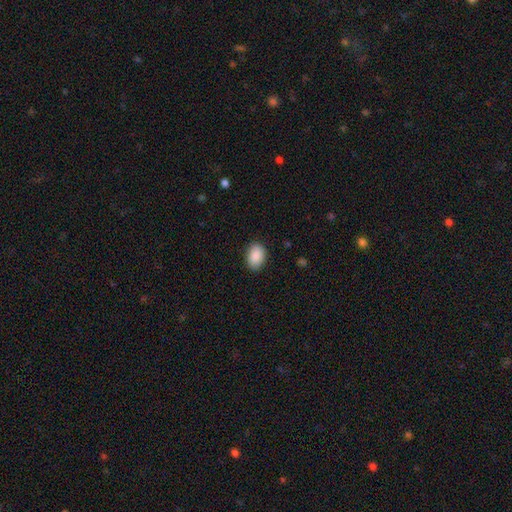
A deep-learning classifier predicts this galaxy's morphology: Overall: smooth (90%). How rounded: in between (82%). Merging: none (87%).